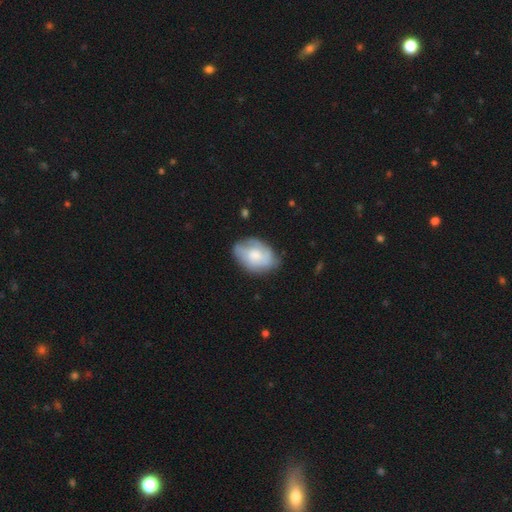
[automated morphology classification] smooth-or-featured: smooth: 54% | featured or disk: 40% | star or artifact: 6%
  how-rounded: in between: 83% | round: 16% | cigar-shaped: 1%
  merging: none: 61% | minor disturbance: 28% | major disturbance: 9% | merger: 2%